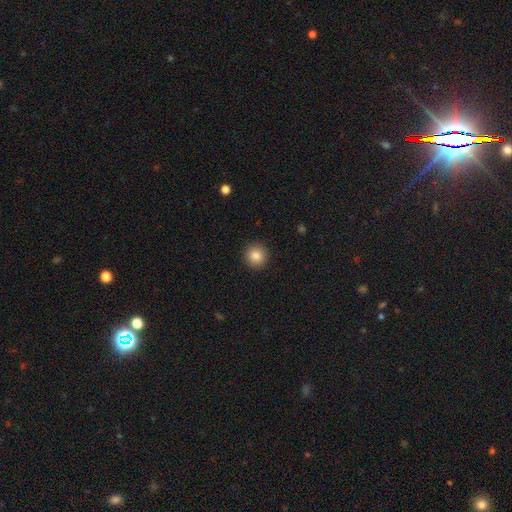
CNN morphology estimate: This appears to be a smooth galaxy with no disk features (85%) that is round (94%). Merging: none (92%).